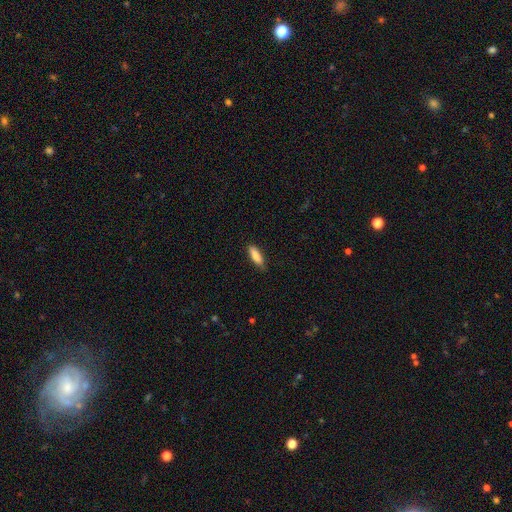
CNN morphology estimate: A smooth galaxy with no disk features (85%) that is cigar-shaped (50%).

Vote fractions:
- Smooth or featured? smooth: 85% / featured or disk: 9% / star or artifact: 6%
- How rounded? cigar-shaped: 50% / in between: 48% / round: 2%
- Merging? none: 82% / minor disturbance: 14% / major disturbance: 2% / merger: 1%